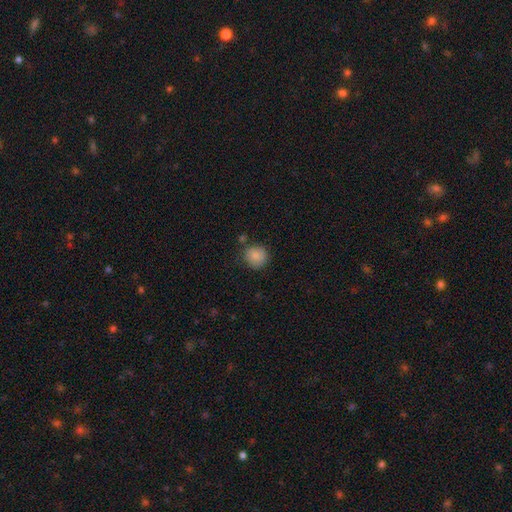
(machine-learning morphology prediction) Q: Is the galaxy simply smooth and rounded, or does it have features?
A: smooth — 83%.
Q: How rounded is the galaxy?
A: round — 90%.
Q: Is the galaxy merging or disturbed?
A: none — 76%.